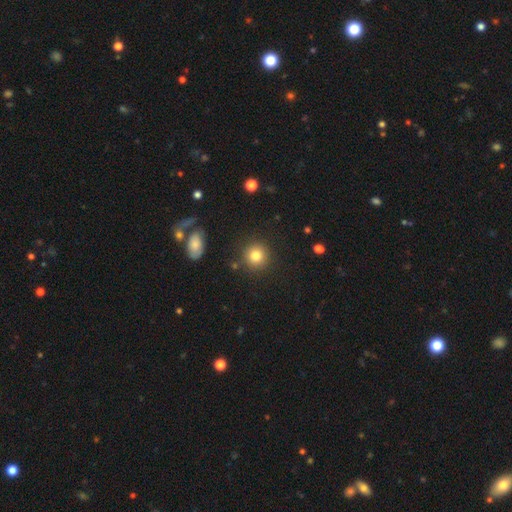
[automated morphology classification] The model was most divided on "smooth or featured": smooth: 82%, star or artifact: 11%, featured or disk: 7%. More confident: how rounded — round (92%); merging — none (87%).